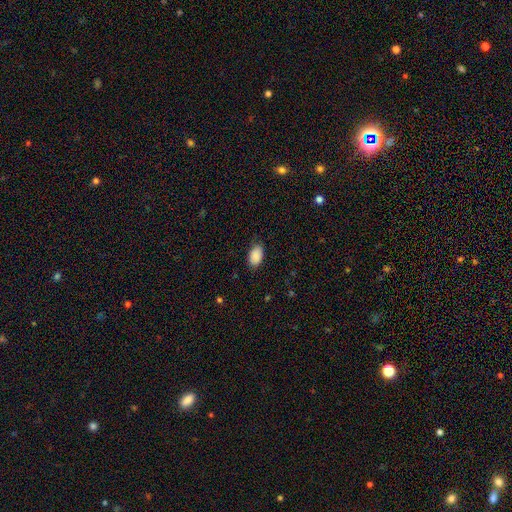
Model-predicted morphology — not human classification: This appears to be a smooth galaxy with no disk features (89%) that is in between round and cigar-shaped (92%). Merging: none (81%).